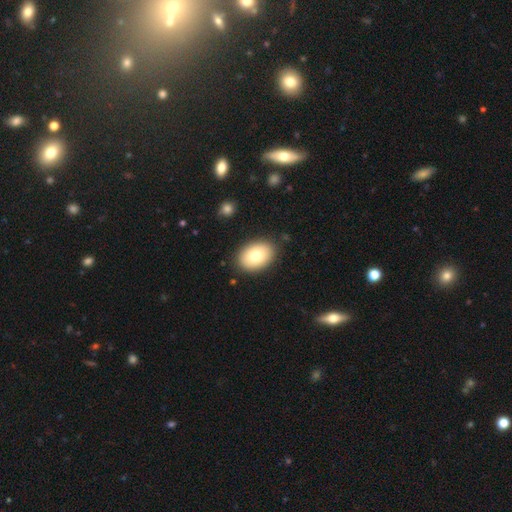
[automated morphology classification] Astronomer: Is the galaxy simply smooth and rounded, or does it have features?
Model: smooth — 80%.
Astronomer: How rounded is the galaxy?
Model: in between — 84%.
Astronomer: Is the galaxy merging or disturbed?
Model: none — 87%.